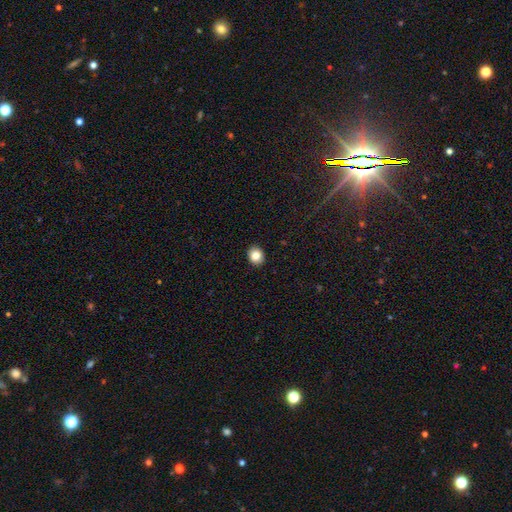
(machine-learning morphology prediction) This appears to be a smooth galaxy with no disk features (85%) that is round (63%). Merging: none (91%).